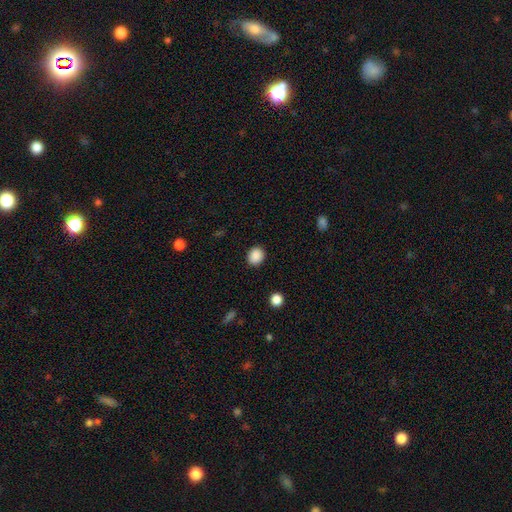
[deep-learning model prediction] The model was most divided on "how rounded": round: 72%, in between: 27%, cigar-shaped: 1%. More confident: merging — none (90%); smooth or featured — smooth (89%).